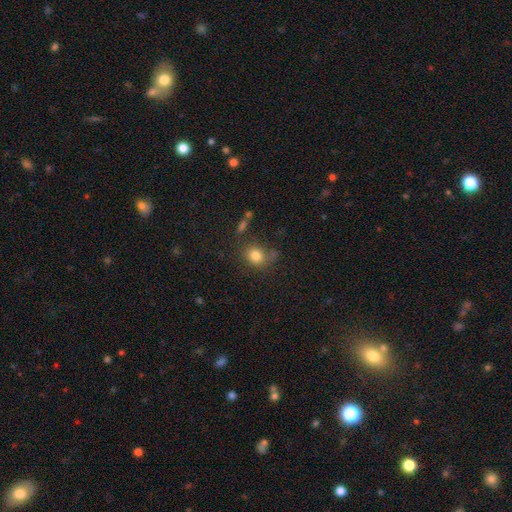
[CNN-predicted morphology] The model was most divided on "how rounded": round: 61%, in between: 38%, cigar-shaped: 1%. More confident: smooth or featured — smooth (81%); merging — none (60%).